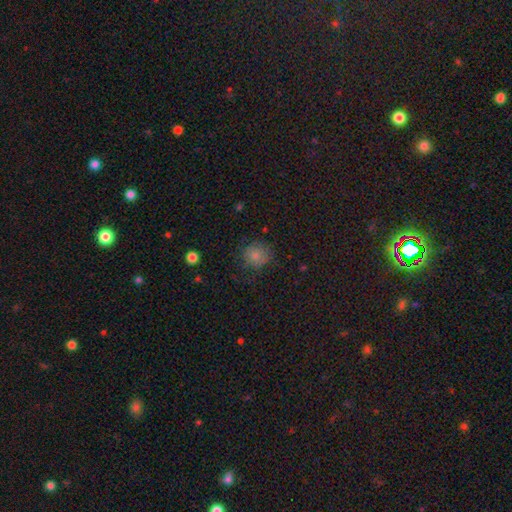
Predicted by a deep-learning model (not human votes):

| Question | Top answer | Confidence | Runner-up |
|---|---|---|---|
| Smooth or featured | smooth | 80% | star or artifact (11%) |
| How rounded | round | 85% | in between (14%) |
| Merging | none | 69% | minor disturbance (21%) |